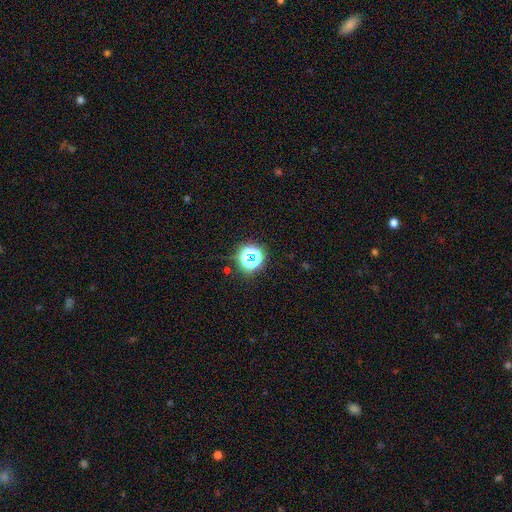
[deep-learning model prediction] smooth_or_featured: star or artifact (p=0.61) [alt: smooth p=0.29]